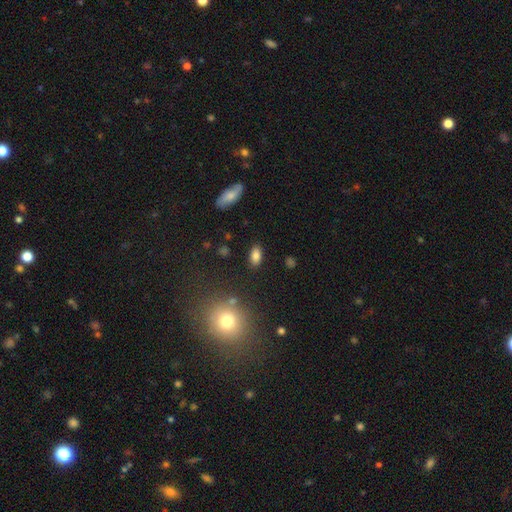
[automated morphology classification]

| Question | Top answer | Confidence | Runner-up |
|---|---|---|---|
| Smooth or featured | smooth | 82% | star or artifact (10%) |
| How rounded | in between | 90% | round (6%) |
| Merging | none | 85% | minor disturbance (10%) |